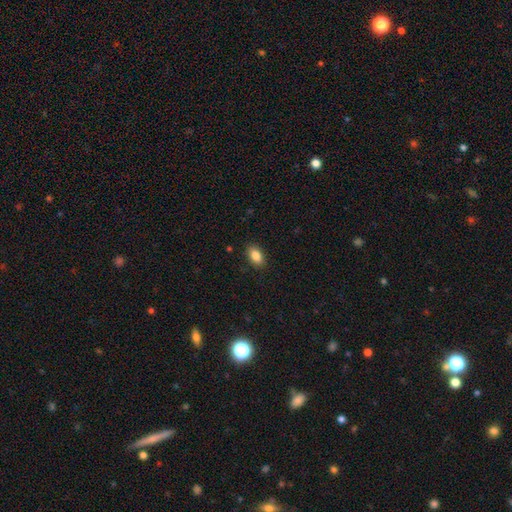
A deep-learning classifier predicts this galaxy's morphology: Overall: smooth (86%). How rounded: in between (91%). Merging: none (88%).